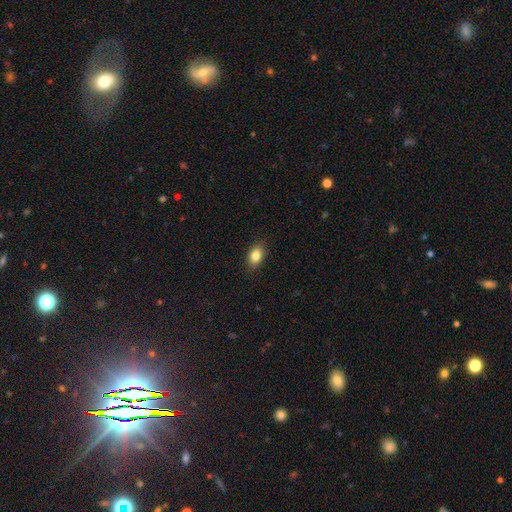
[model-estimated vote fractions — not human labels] Smooth or featured? smooth (83%)
How rounded? in between (82%)
Merging? none (87%)